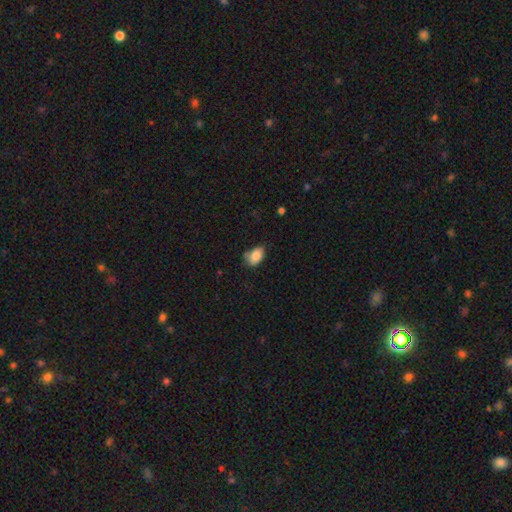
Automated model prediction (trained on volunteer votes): Smooth or featured? smooth (84%)
How rounded? in between (88%)
Merging? none (53%)